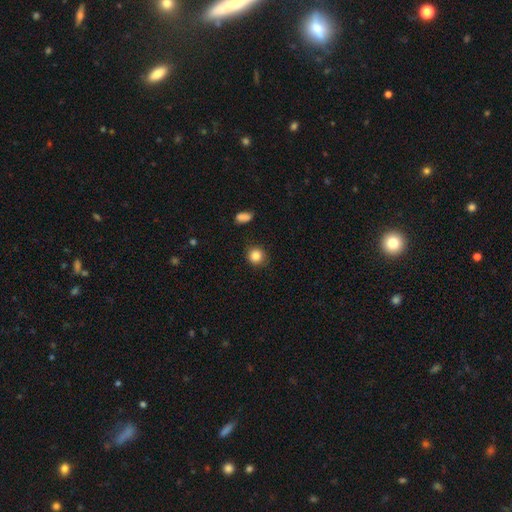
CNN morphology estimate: type=smooth (86%); roundness=round (90%); merging=none (84%).